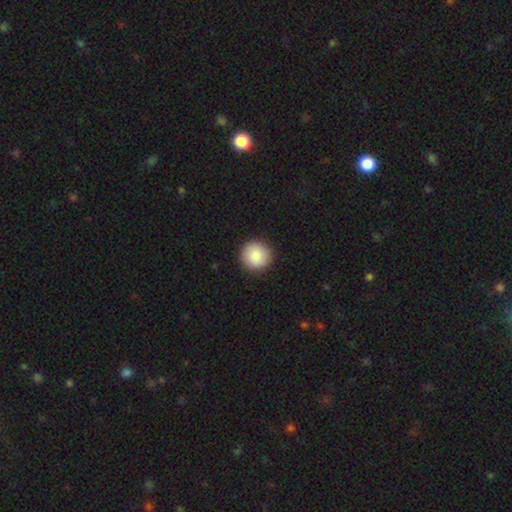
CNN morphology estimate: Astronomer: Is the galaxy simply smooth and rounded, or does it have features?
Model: smooth — 89%.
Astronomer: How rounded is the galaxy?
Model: round — 95%.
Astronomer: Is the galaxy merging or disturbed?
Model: none — 93%.